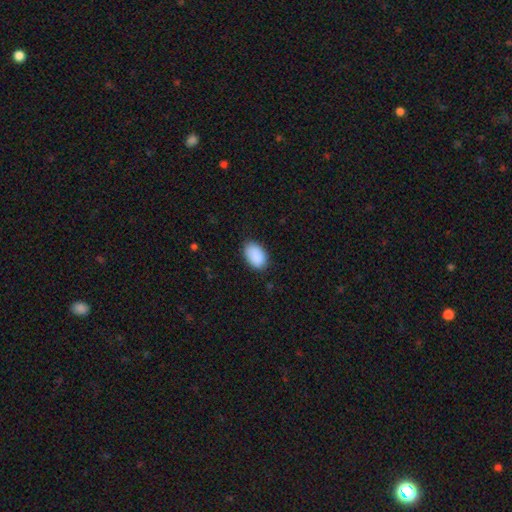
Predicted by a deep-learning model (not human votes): smooth 90%, star or artifact 7%, featured or disk 3%. Down the decision tree: how rounded — in between (91%); merging — none (82%).